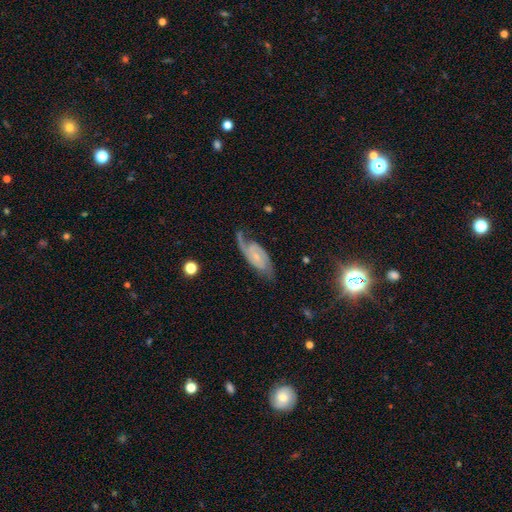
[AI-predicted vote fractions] Smooth or featured? featured or disk (85%)
Edge-on disk? no (95%)
Bar? no (54%)
Spiral arms? yes (97%)
Spiral winding? medium (46%)
Spiral arm count? 2 (86%)
Bulge size? small (70%)
Merging? none (67%)